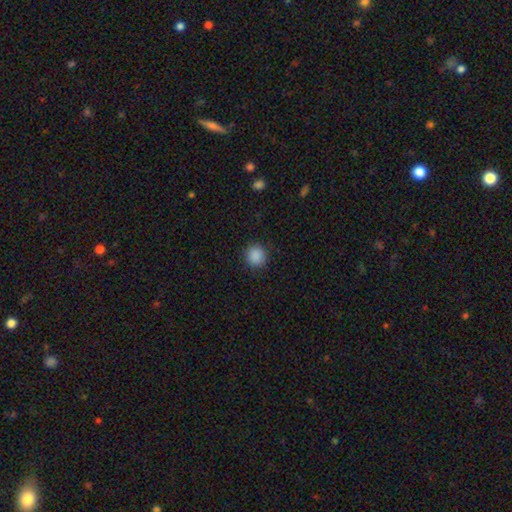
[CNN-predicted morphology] Q: Smooth or featured?
A: smooth (88%); runner-up: star or artifact (9%)
Q: How rounded?
A: round (91%); runner-up: in between (8%)
Q: Merging?
A: none (90%); runner-up: minor disturbance (6%)